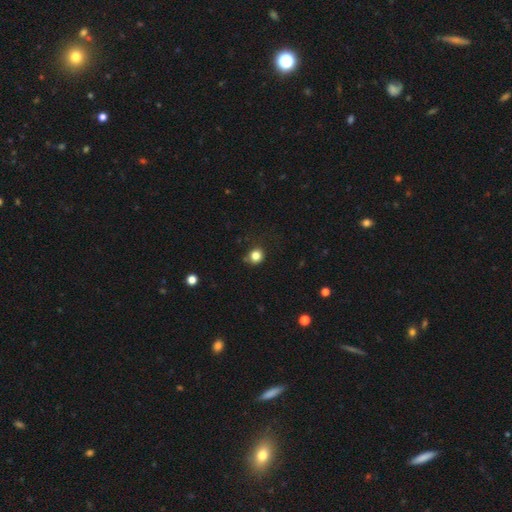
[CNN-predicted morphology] A smooth galaxy with no disk features (82%) that is round (85%). Merging: none (74%).